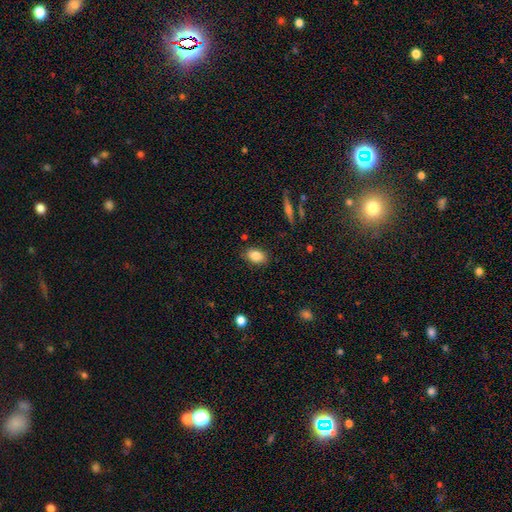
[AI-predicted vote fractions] Smooth or featured? smooth (84%)
How rounded? in between (86%)
Merging? none (84%)